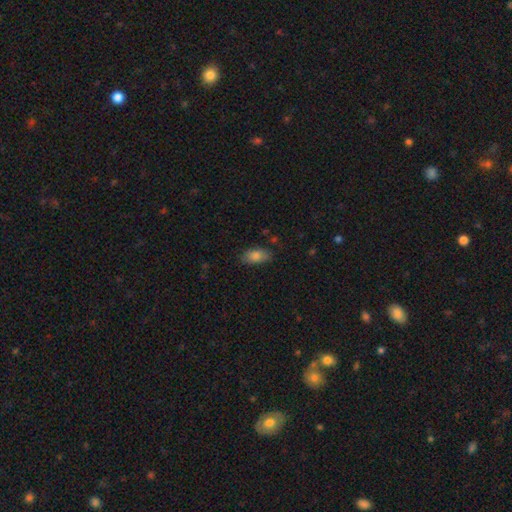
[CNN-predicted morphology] A smooth galaxy with no disk features (84%) that is in between round and cigar-shaped (90%). Merging: none (79%).